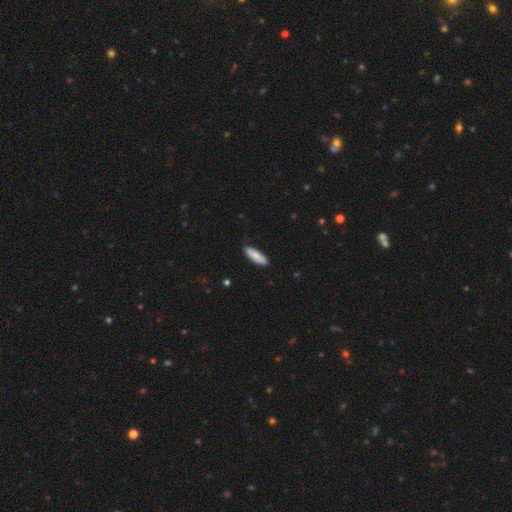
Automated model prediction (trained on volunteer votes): Q: Smooth or featured?
A: smooth (82%); runner-up: featured or disk (12%)
Q: How rounded?
A: cigar-shaped (53%); runner-up: in between (45%)
Q: Merging?
A: none (86%); runner-up: minor disturbance (11%)